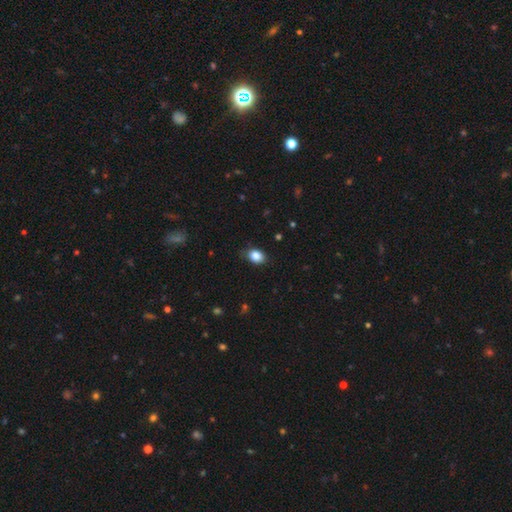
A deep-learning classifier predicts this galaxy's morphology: Overall: smooth (86%). How rounded: in between (71%). Merging: none (79%).